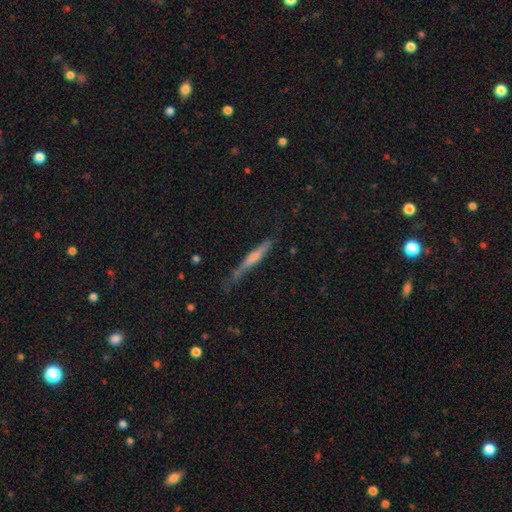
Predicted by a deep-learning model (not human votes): Q: Smooth or featured?
A: featured or disk (49%); runner-up: smooth (44%)
Q: Merging?
A: none (64%); runner-up: minor disturbance (26%)